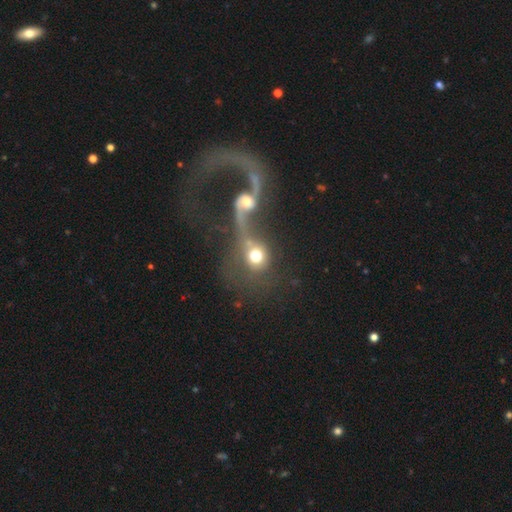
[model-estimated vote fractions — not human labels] Smooth or featured? smooth (57%)
How rounded? round (79%)
Merging? merger (62%)